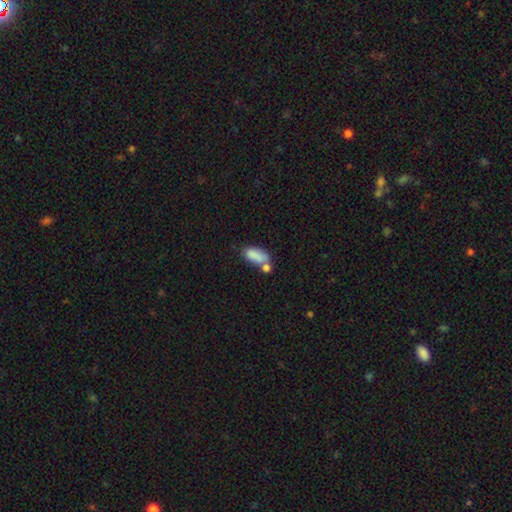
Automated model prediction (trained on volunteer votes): Smooth or featured: smooth — 80% (featured or disk — 11%)
How rounded: in between — 84% (cigar-shaped — 12%)
Merging: merger — 39% (none — 36%)